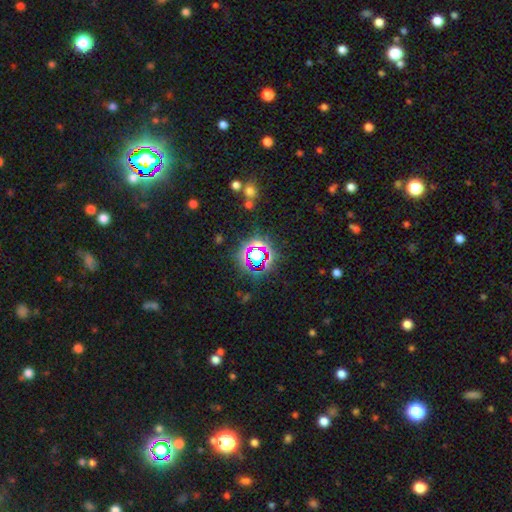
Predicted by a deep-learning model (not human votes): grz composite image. It shows a star or artifact, not a galaxy (72%).